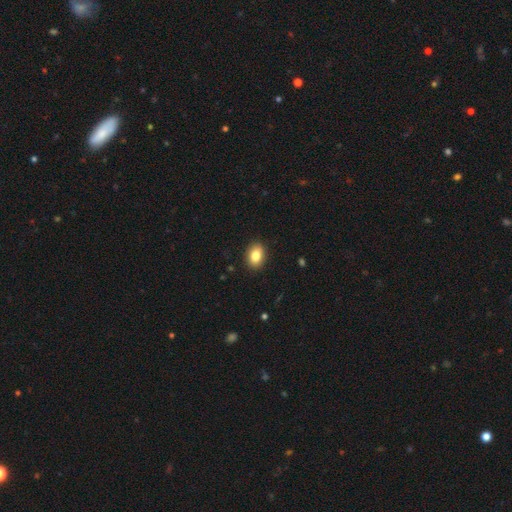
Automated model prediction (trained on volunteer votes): A smooth galaxy with no disk features (84%) that is in between round and cigar-shaped (79%).

Vote fractions:
- Smooth or featured? smooth: 84% / star or artifact: 8% / featured or disk: 7%
- How rounded? in between: 79% / round: 20% / cigar-shaped: 1%
- Merging? none: 90% / minor disturbance: 7% / major disturbance: 2% / merger: 1%